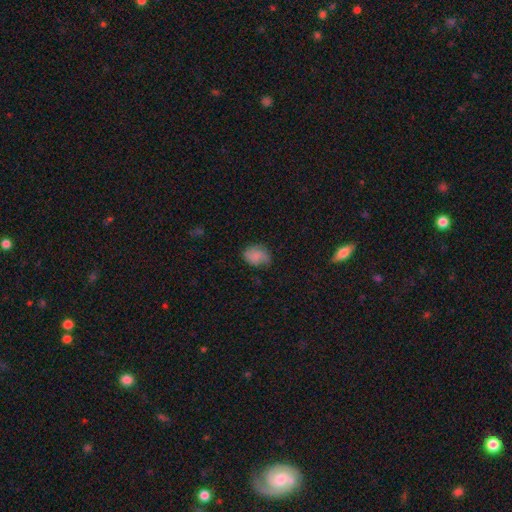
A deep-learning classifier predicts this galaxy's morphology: Q: Smooth or featured?
A: smooth (74%); runner-up: featured or disk (18%)
Q: How rounded?
A: in between (57%); runner-up: round (42%)
Q: Merging?
A: none (58%); runner-up: minor disturbance (30%)